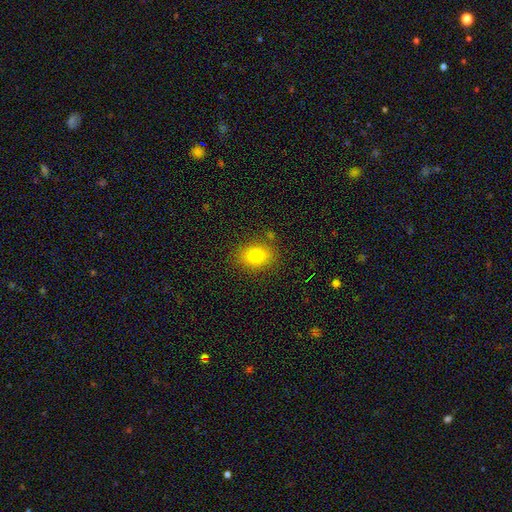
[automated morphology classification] smooth 79%, star or artifact 12%, featured or disk 9%. Down the decision tree: how rounded — in between (55%); merging — none (84%).